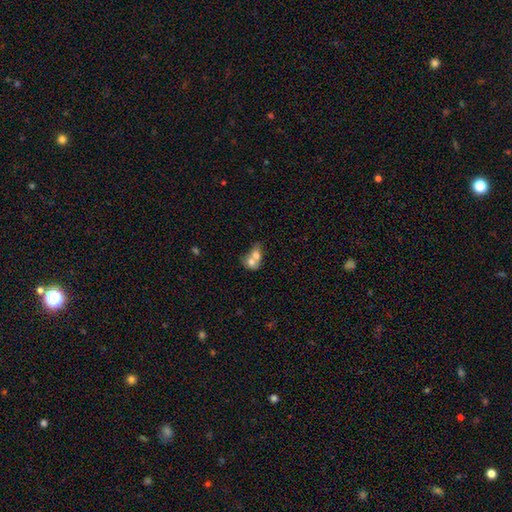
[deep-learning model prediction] A smooth galaxy with no disk features (68%) that is in between round and cigar-shaped (54%). Merging: merger (77%).